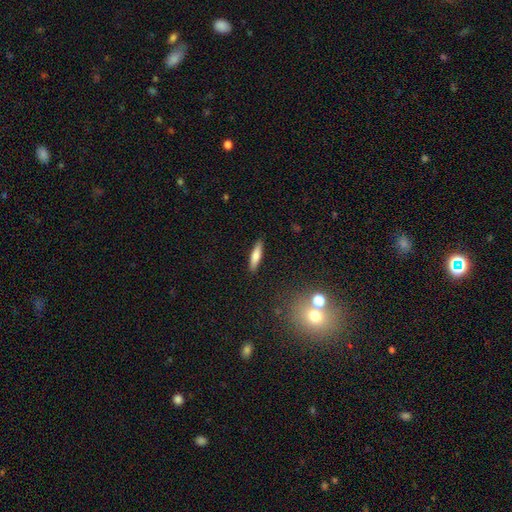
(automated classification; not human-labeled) Smooth or featured? Predicted: smooth (p=0.70). How rounded? Predicted: cigar-shaped (p=0.75). Merging? Predicted: none (p=0.89).